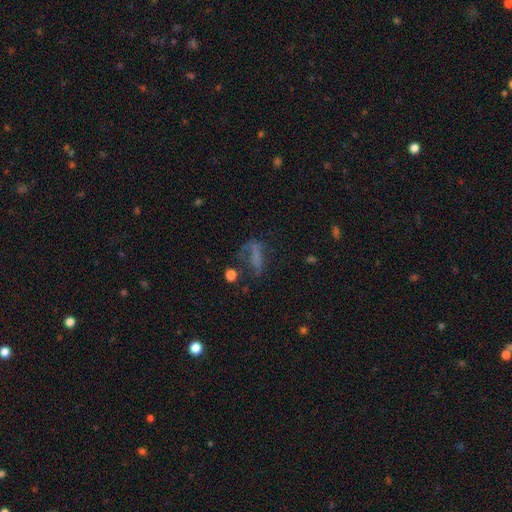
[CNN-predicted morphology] Overall: smooth (45%; featured or disk 33%). Merging: major disturbance (37%; none 36%).